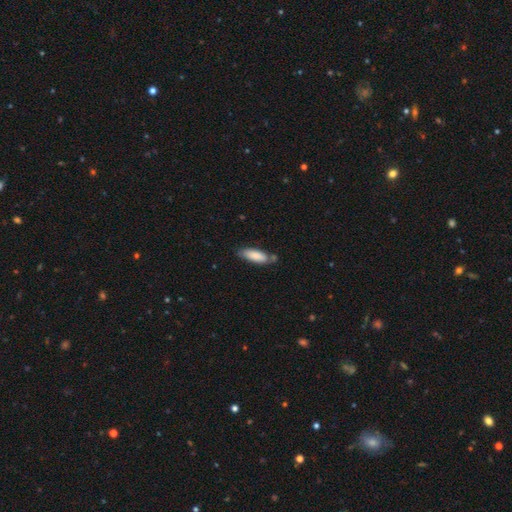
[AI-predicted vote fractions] Smooth or featured?
  - smooth: 85% *
  - featured or disk: 9%
  - star or artifact: 6%
How rounded?
  - in between: 59% *
  - cigar-shaped: 40%
  - round: 2%
Merging?
  - none: 65% *
  - minor disturbance: 22%
  - merger: 9%
  - major disturbance: 4%